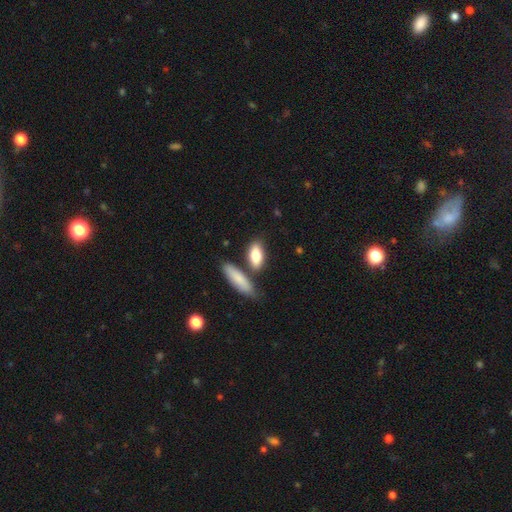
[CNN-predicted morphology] Overall: smooth (80%). How rounded: in between (77%). Merging: none (65%).